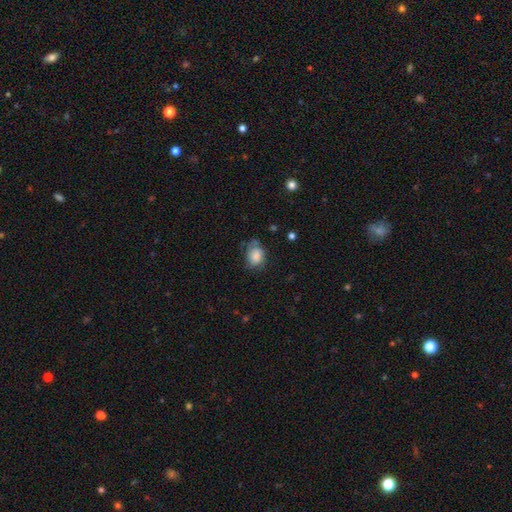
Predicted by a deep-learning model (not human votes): Q: Smooth or featured?
A: smooth (65%); runner-up: featured or disk (26%)
Q: How rounded?
A: in between (66%); runner-up: round (33%)
Q: Merging?
A: none (51%); runner-up: minor disturbance (32%)